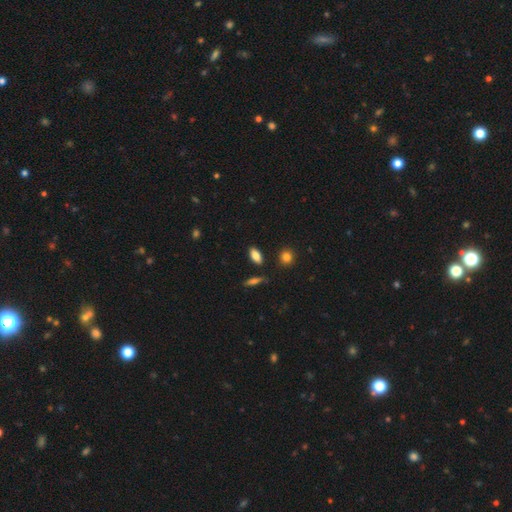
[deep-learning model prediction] The model was most divided on "smooth or featured": smooth: 81%, featured or disk: 11%, star or artifact: 8%. More confident: merging — none (85%); how rounded — in between (84%).